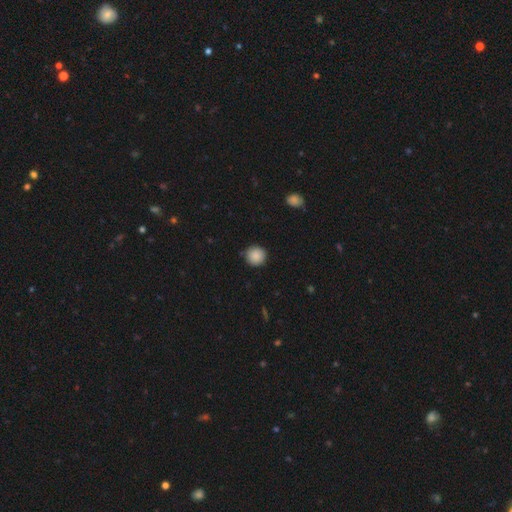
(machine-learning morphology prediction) Smooth or featured? smooth (88%)
How rounded? round (95%)
Merging? none (90%)